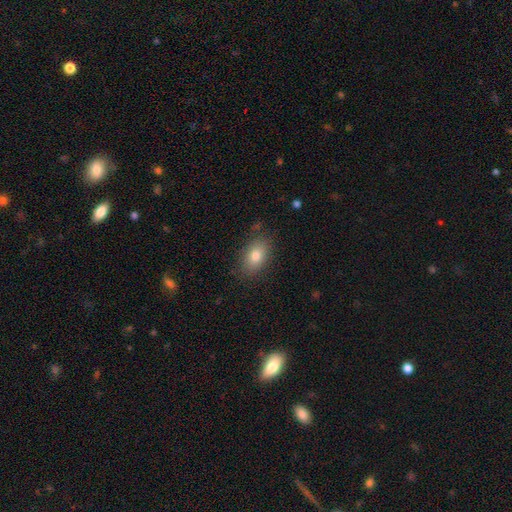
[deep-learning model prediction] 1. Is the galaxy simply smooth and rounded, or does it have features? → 81% smooth, 10% featured or disk, 9% star or artifact.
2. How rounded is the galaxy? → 86% in between, 12% round, 2% cigar-shaped.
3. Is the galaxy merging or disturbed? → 83% none, 12% minor disturbance, 3% major disturbance, 2% merger.